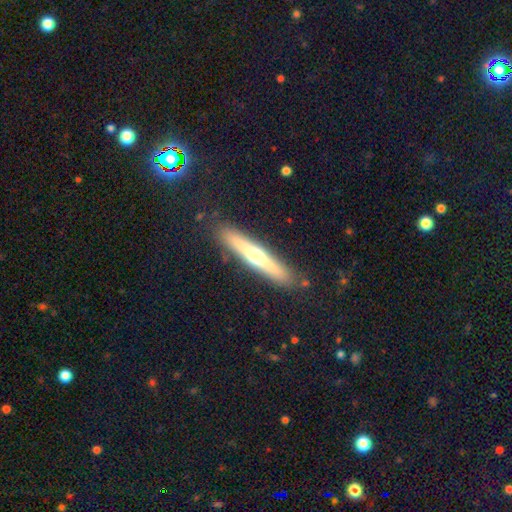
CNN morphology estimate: This appears to be a featured or disk galaxy (58%) viewed edge-on (95%) with a rounded central bulge (88%). Merging: none (87%).